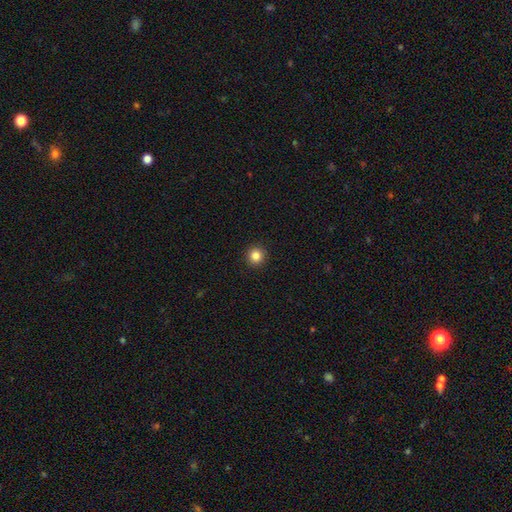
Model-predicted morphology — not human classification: This is clearly a smooth galaxy (85%). How rounded: clearly round (94%). Merging: clearly none (93%).